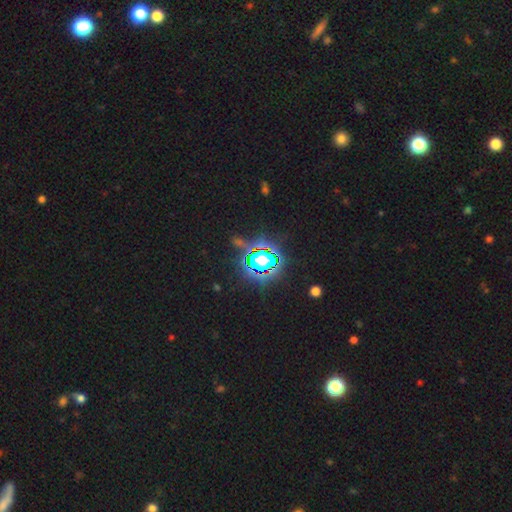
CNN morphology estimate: The model was most divided on "smooth or featured": star or artifact: 82%, smooth: 11%, featured or disk: 7%.